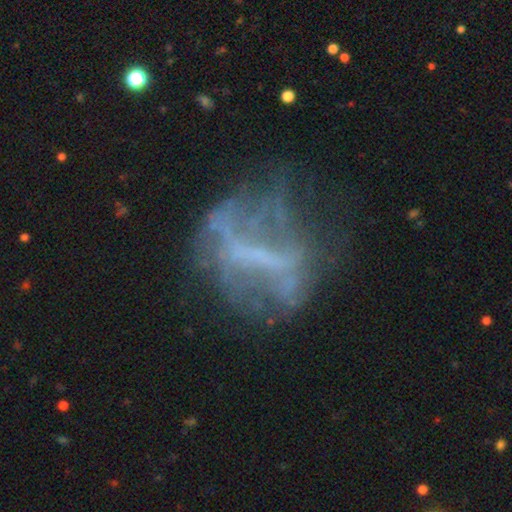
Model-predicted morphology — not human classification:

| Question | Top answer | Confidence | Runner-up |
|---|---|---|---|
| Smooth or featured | featured or disk | 67% | smooth (17%) |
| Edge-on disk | no | 93% | yes (7%) |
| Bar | strong | 40% | no (31%) |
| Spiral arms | no | 70% | yes (30%) |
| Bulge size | none | 56% | small (29%) |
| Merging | none | 48% | major disturbance (28%) |